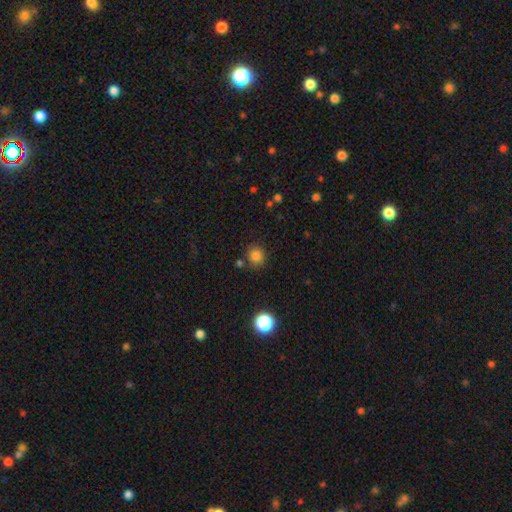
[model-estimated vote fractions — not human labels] The model was most divided on "smooth or featured": smooth: 82%, star or artifact: 14%, featured or disk: 5%. More confident: how rounded — round (88%); merging — none (81%).